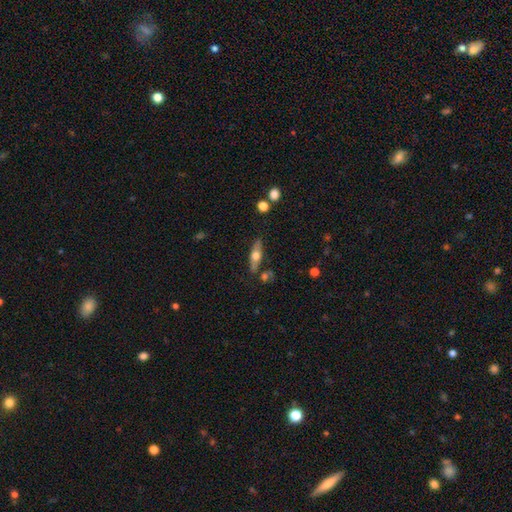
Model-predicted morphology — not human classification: A featured or disk galaxy (49%).

Vote fractions:
- Smooth or featured? featured or disk: 49% / smooth: 44% / star or artifact: 6%
- Merging? none: 79% / minor disturbance: 12% / merger: 5% / major disturbance: 3%